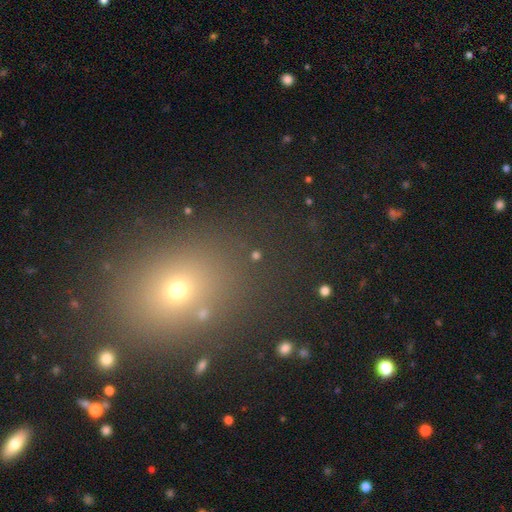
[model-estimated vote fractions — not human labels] Morphology: type=smooth (56%); roundness=round (55%); merging=none (84%).